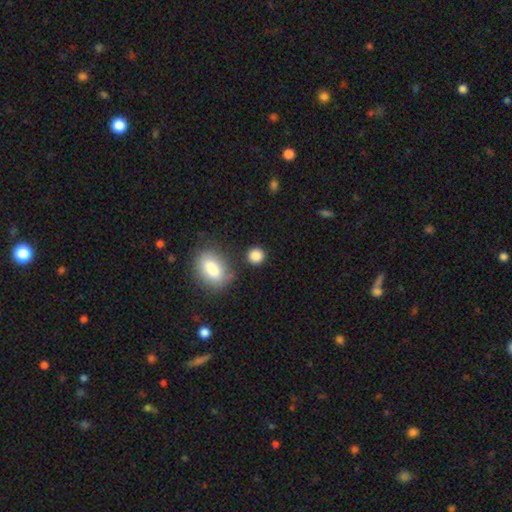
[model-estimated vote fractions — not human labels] Smooth or featured?
  - smooth: 86% *
  - star or artifact: 9%
  - featured or disk: 5%
How rounded?
  - round: 87% *
  - in between: 11%
  - cigar-shaped: 1%
Merging?
  - none: 81% *
  - minor disturbance: 10%
  - merger: 6%
  - major disturbance: 3%